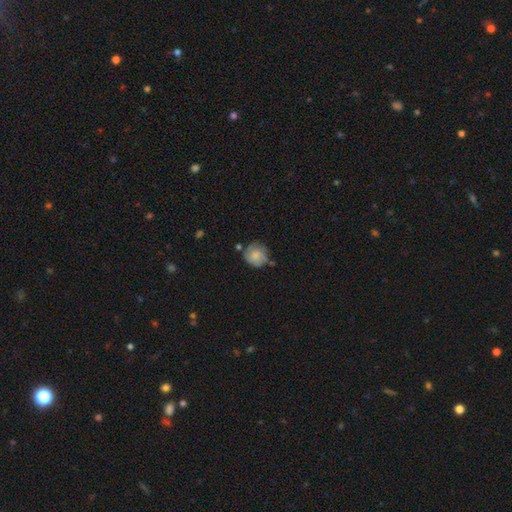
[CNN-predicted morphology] A smooth galaxy with no disk features (74%) that is round (87%). Merging: none (62%).